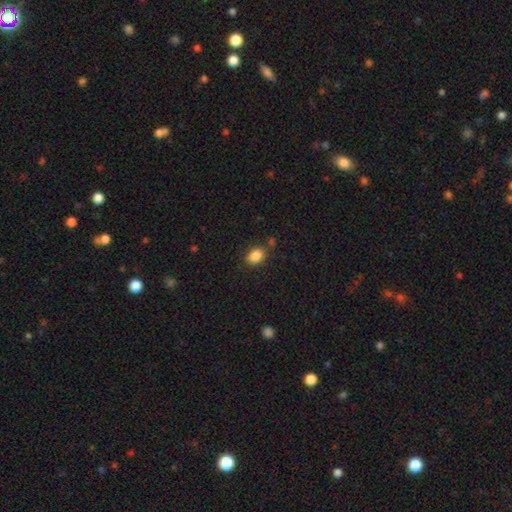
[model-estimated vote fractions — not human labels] Smooth or featured?
  - smooth: 87% *
  - star or artifact: 9%
  - featured or disk: 4%
How rounded?
  - in between: 72% *
  - round: 27%
  - cigar-shaped: 1%
Merging?
  - none: 79% *
  - minor disturbance: 12%
  - merger: 5%
  - major disturbance: 3%